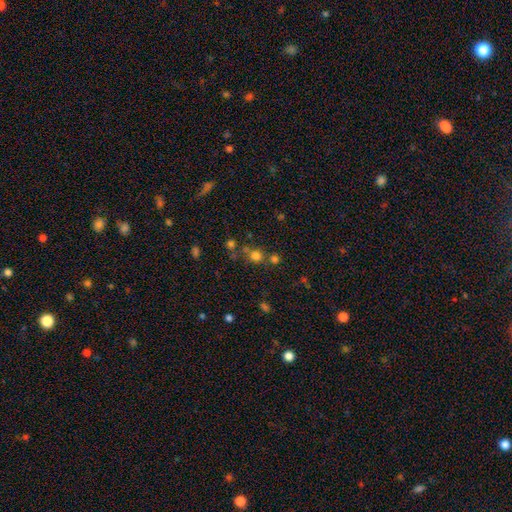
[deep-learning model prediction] A smooth galaxy with no disk features (71%) that is round (87%). Merging: none (66%).